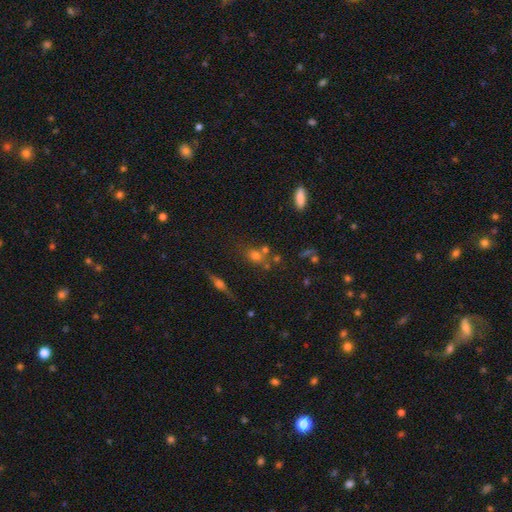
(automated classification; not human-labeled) The model was most divided on "how rounded": round: 56%, in between: 37%, cigar-shaped: 6%. More confident: smooth or featured — smooth (59%); merging — none (53%).